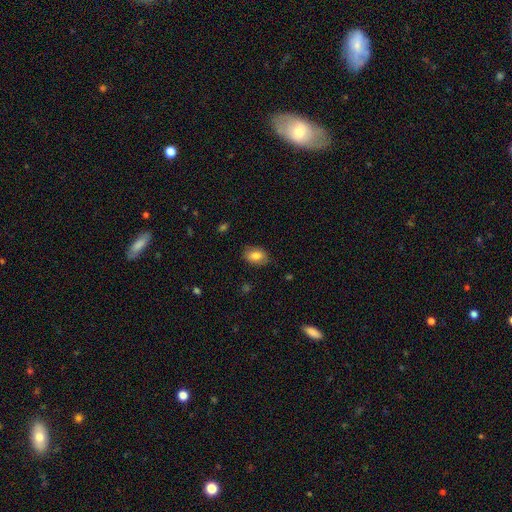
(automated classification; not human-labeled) Q: Smooth or featured?
A: smooth (78%); runner-up: featured or disk (14%)
Q: How rounded?
A: in between (78%); runner-up: round (20%)
Q: Merging?
A: none (80%); runner-up: minor disturbance (16%)